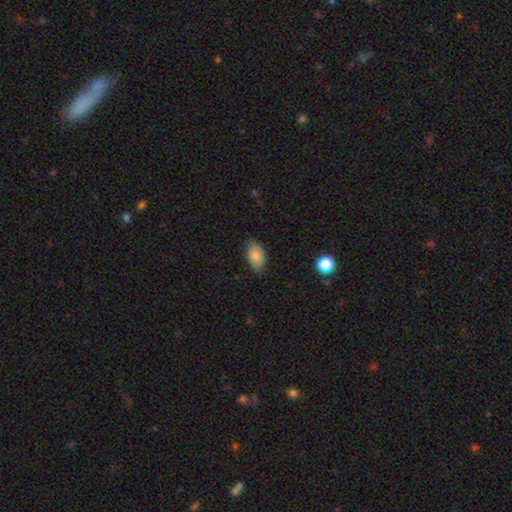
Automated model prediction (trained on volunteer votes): smooth 86%, star or artifact 8%, featured or disk 6%. Down the decision tree: how rounded — in between (92%); merging — none (78%).